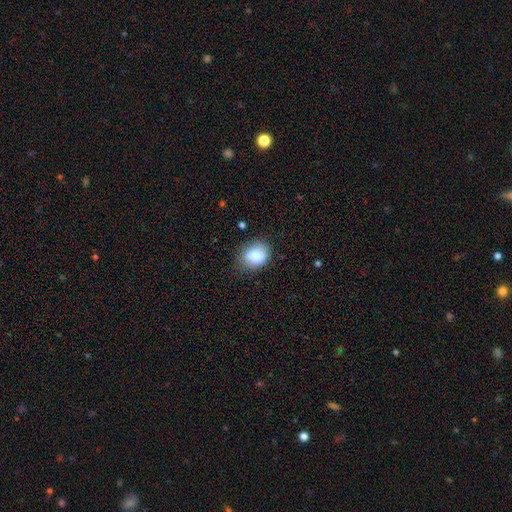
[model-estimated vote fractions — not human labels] smooth_or_featured: smooth (p=0.86) [alt: star or artifact p=0.08]
how_rounded: in between (p=0.55) [alt: round p=0.44]
merging: none (p=0.70) [alt: minor disturbance p=0.23]